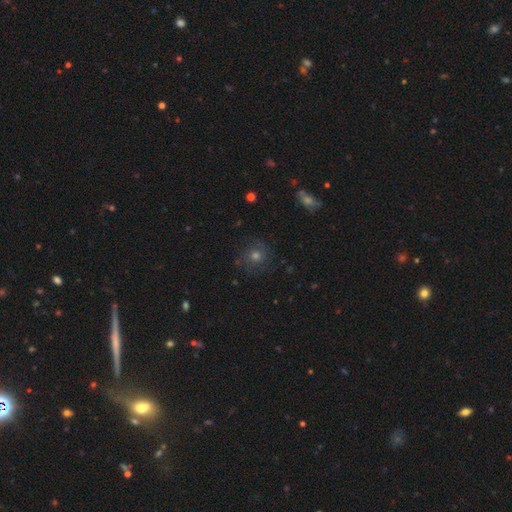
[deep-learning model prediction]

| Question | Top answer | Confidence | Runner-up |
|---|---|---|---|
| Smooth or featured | smooth | 39% | featured or disk (35%) |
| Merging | none | 80% | minor disturbance (12%) |